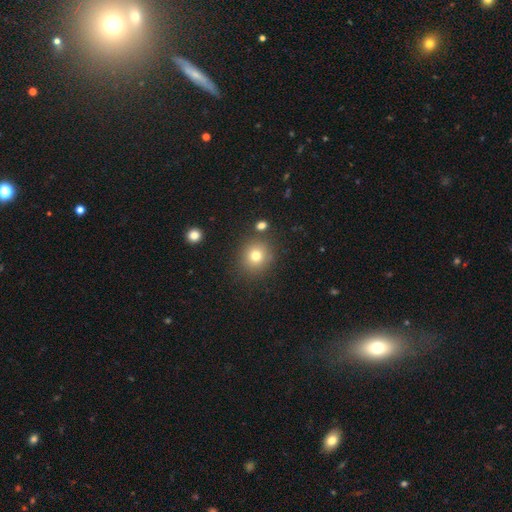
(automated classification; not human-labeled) Smooth or featured? Predicted: smooth (p=0.76). How rounded? Predicted: round (p=0.90). Merging? Predicted: none (p=0.84).